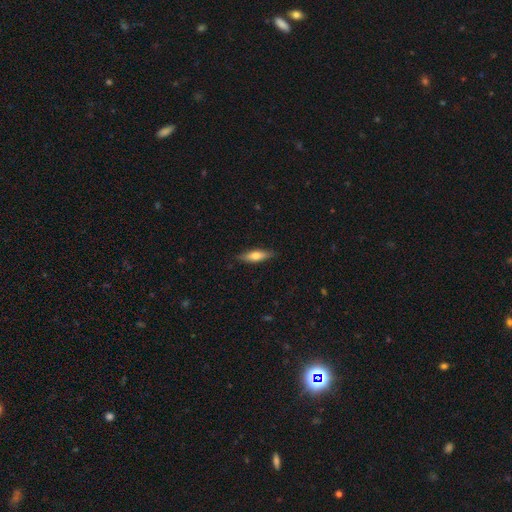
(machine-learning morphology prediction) A smooth galaxy with no disk features (60%) that is cigar-shaped (58%).

Vote fractions:
- Smooth or featured? smooth: 60% / featured or disk: 34% / star or artifact: 6%
- How rounded? cigar-shaped: 58% / in between: 39% / round: 2%
- Merging? none: 86% / minor disturbance: 11% / major disturbance: 2% / merger: 1%